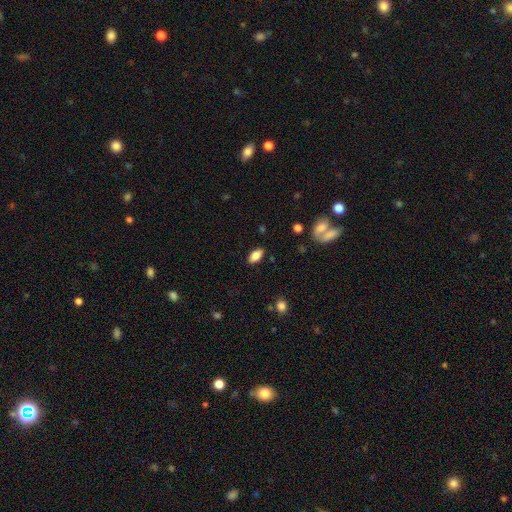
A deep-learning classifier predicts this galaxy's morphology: type=smooth (84%); roundness=in between (91%); merging=none (86%).